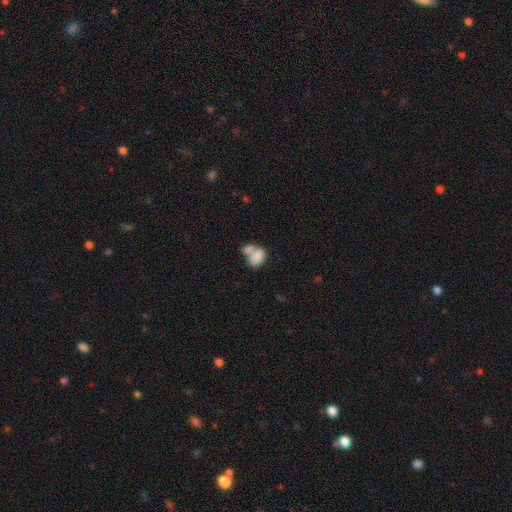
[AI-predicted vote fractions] Smooth or featured?
  - smooth: 80% *
  - featured or disk: 12%
  - star or artifact: 8%
How rounded?
  - in between: 84% *
  - round: 14%
  - cigar-shaped: 2%
Merging?
  - merger: 61% *
  - none: 23%
  - minor disturbance: 9%
  - major disturbance: 6%